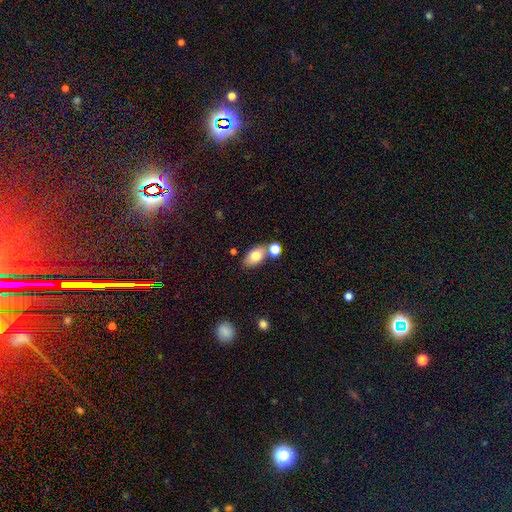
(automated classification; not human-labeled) Smooth or featured?
  - smooth: 77% *
  - featured or disk: 15%
  - star or artifact: 8%
How rounded?
  - in between: 89% *
  - round: 9%
  - cigar-shaped: 2%
Merging?
  - none: 63% *
  - merger: 20%
  - minor disturbance: 13%
  - major disturbance: 4%